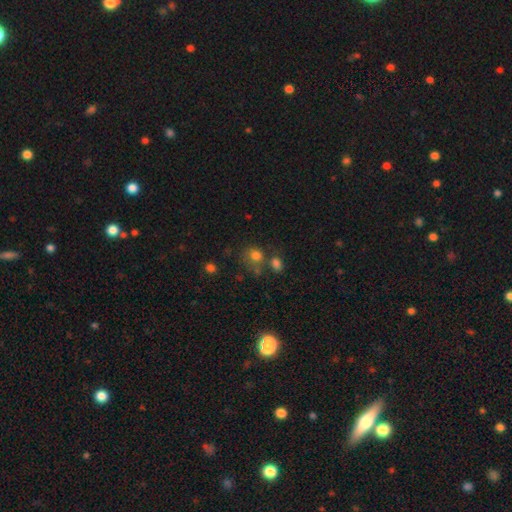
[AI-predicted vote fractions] This is likely a smooth galaxy (76%). How rounded: likely round (73%). Merging: possibly none (49%).